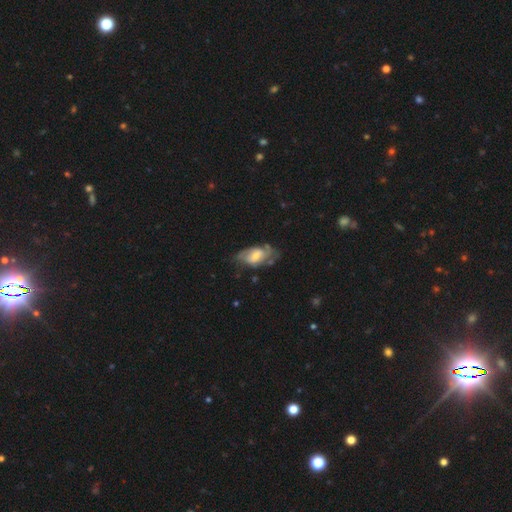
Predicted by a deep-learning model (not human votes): This appears to be a featured or disk galaxy (56%) with no bar (47%), spiral arms (67%) and a moderate central bulge (42%). Merging: none (49%).